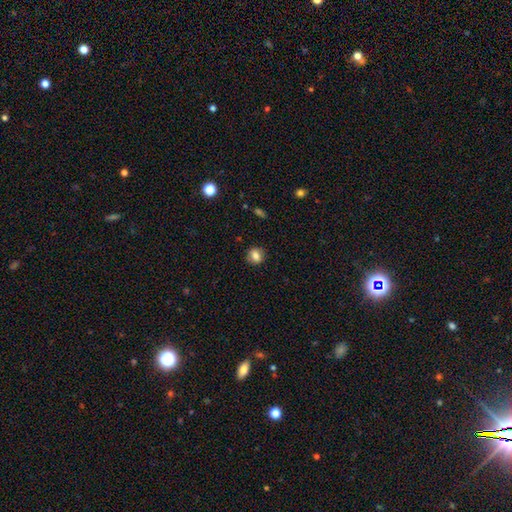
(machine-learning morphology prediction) Smooth or featured?
  - smooth: 76% *
  - featured or disk: 14%
  - star or artifact: 10%
How rounded?
  - round: 71% *
  - in between: 27%
  - cigar-shaped: 1%
Merging?
  - none: 86% *
  - minor disturbance: 10%
  - major disturbance: 3%
  - merger: 1%